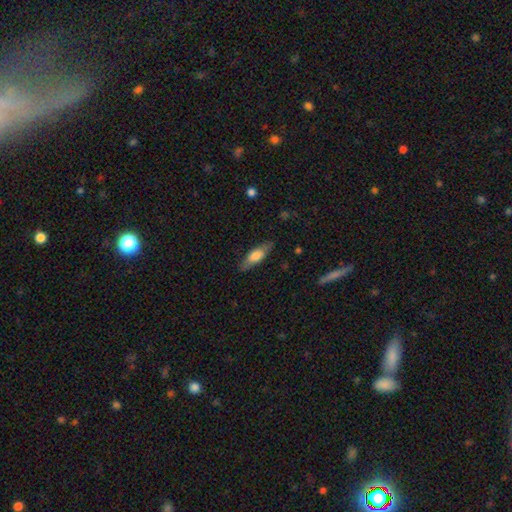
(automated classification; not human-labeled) Smooth or featured: smooth — 64% (featured or disk — 30%)
How rounded: in between — 55% (cigar-shaped — 43%)
Merging: none — 83% (minor disturbance — 12%)